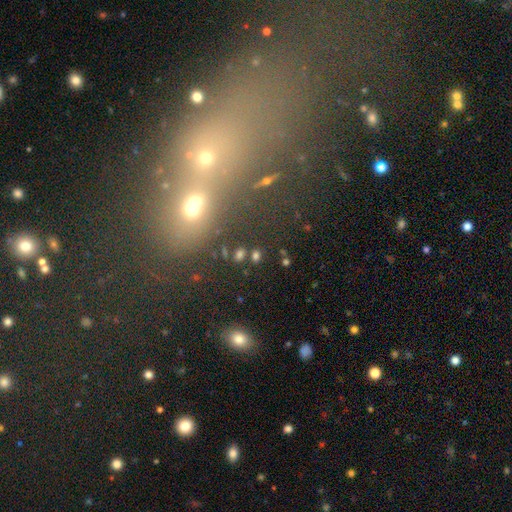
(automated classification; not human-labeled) Morphology: type=smooth (69%); roundness=in between (58%); merging=none (78%).